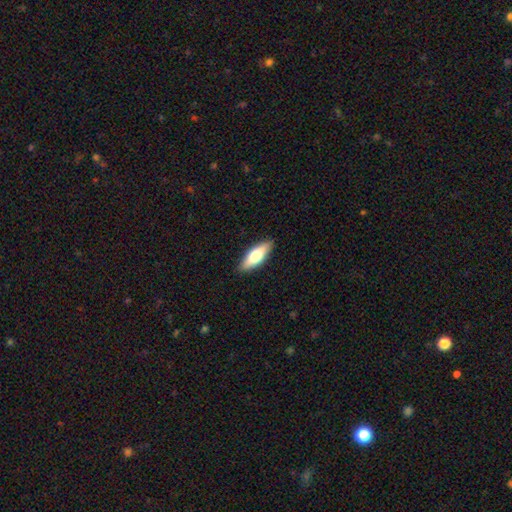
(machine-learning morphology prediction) Q: Smooth or featured?
A: smooth (63%); runner-up: featured or disk (32%)
Q: How rounded?
A: in between (59%); runner-up: cigar-shaped (39%)
Q: Merging?
A: none (88%); runner-up: minor disturbance (9%)